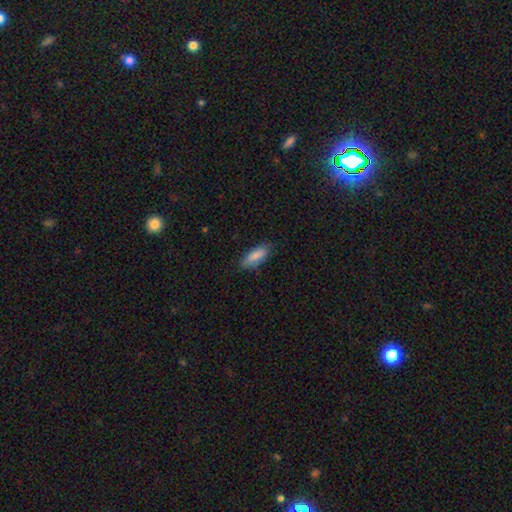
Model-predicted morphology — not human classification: smooth 85%, featured or disk 8%, star or artifact 6%. Down the decision tree: how rounded — in between (72%); merging — none (78%).